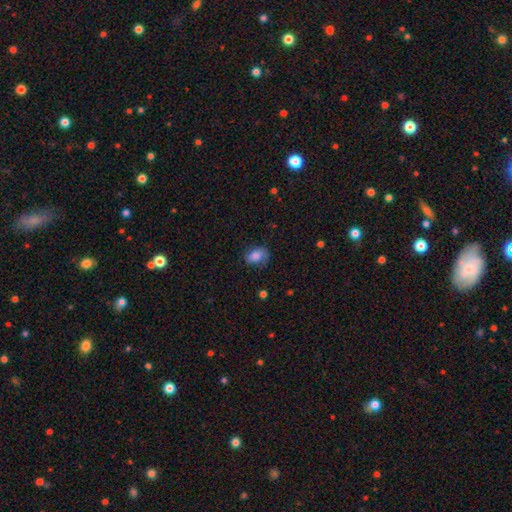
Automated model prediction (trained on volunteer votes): The model was most divided on "merging": none: 58%, minor disturbance: 29%, major disturbance: 12%, merger: 1%. More confident: how rounded — in between (78%); smooth or featured — smooth (77%).